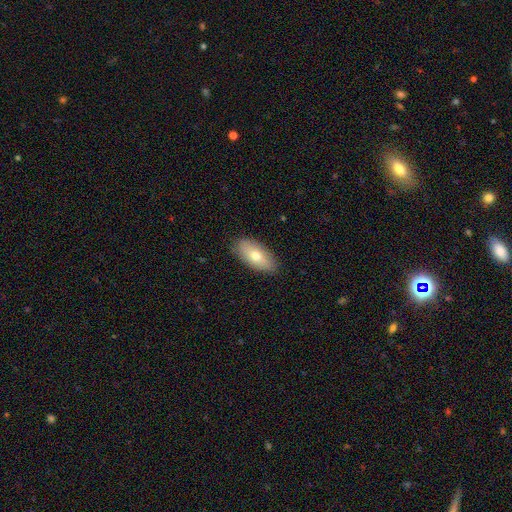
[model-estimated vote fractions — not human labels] Smooth or featured? Predicted: smooth (p=0.70). How rounded? Predicted: in between (p=0.91). Merging? Predicted: none (p=0.85).